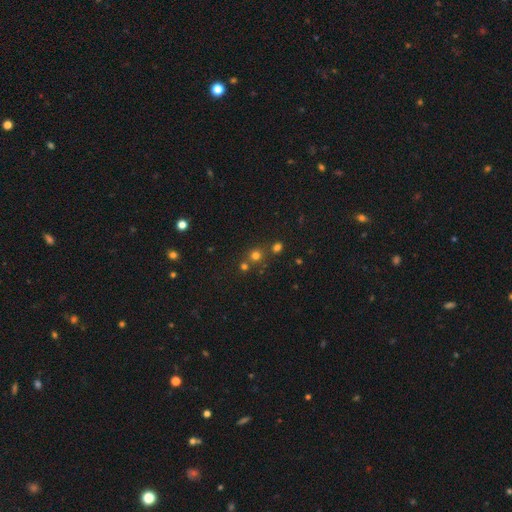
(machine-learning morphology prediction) The model was most divided on "smooth or featured": smooth: 67%, star or artifact: 26%, featured or disk: 8%. More confident: how rounded — round (89%); merging — none (69%).